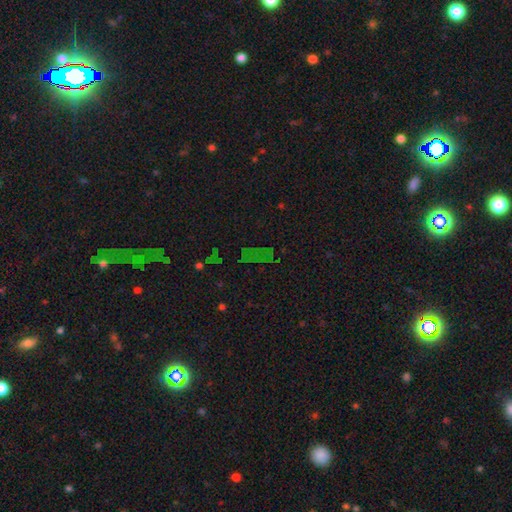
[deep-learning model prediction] This appears to be a star or artifact, not a galaxy (68%).